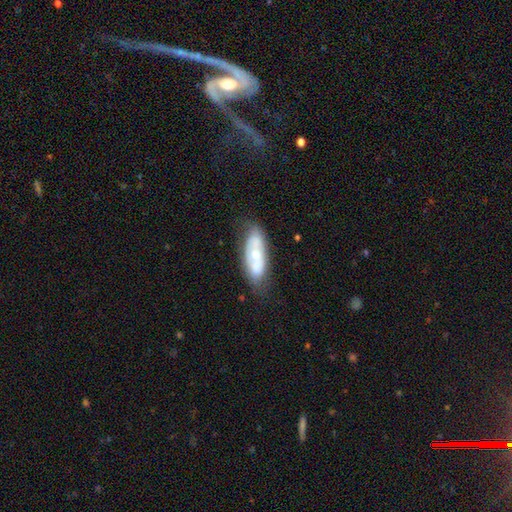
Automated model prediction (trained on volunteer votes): smooth-or-featured: featured or disk: 56% | smooth: 37% | star or artifact: 7%
  disk-edge-on: no: 83% | yes: 17%
  merging: none: 68% | minor disturbance: 21% | major disturbance: 7% | merger: 5%